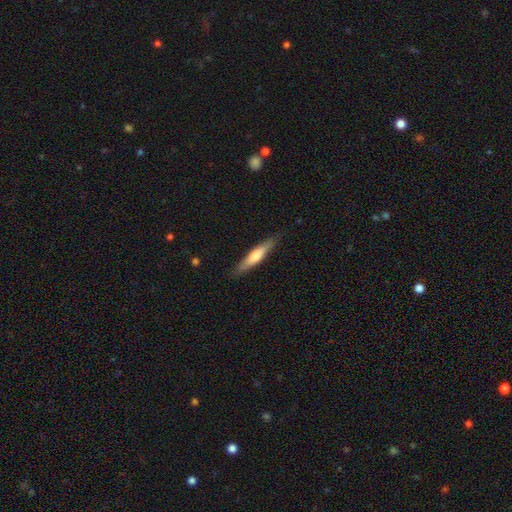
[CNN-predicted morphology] type=smooth (55%); roundness=cigar-shaped (86%); merging=none (86%).